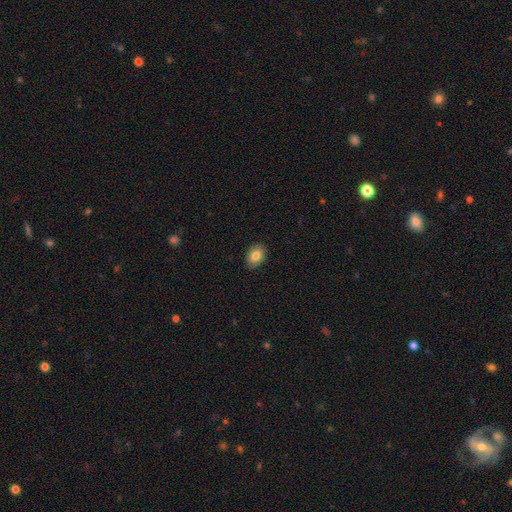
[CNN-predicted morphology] Smooth or featured? Predicted: smooth (p=0.82). How rounded? Predicted: in between (p=0.81). Merging? Predicted: none (p=0.88).